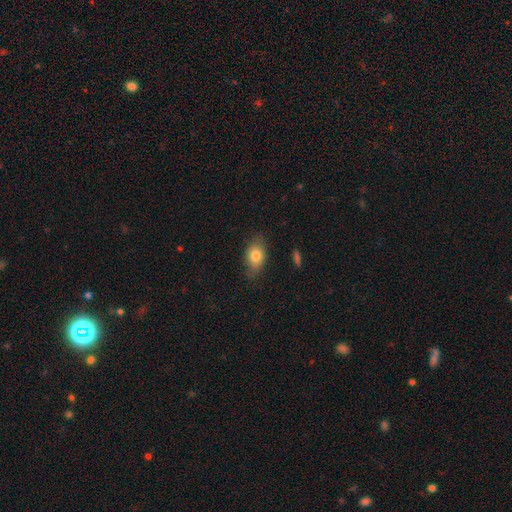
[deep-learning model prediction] A smooth galaxy with no disk features (79%) that is in between round and cigar-shaped (84%). Merging: none (75%).